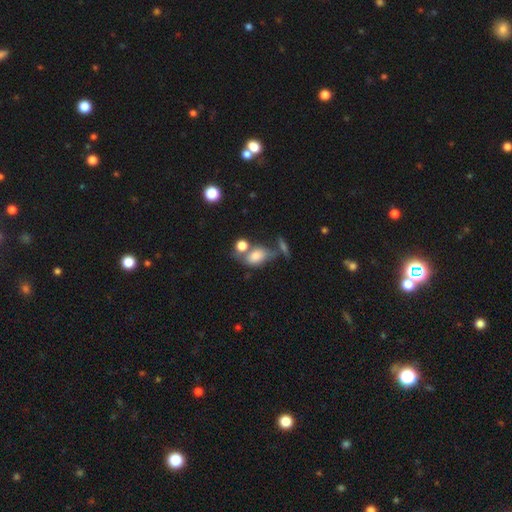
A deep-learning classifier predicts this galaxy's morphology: smooth-or-featured: smooth: 74% | featured or disk: 16% | star or artifact: 11%
  how-rounded: in between: 78% | round: 19% | cigar-shaped: 3%
  merging: none: 37% | merger: 35% | minor disturbance: 17% | major disturbance: 11%